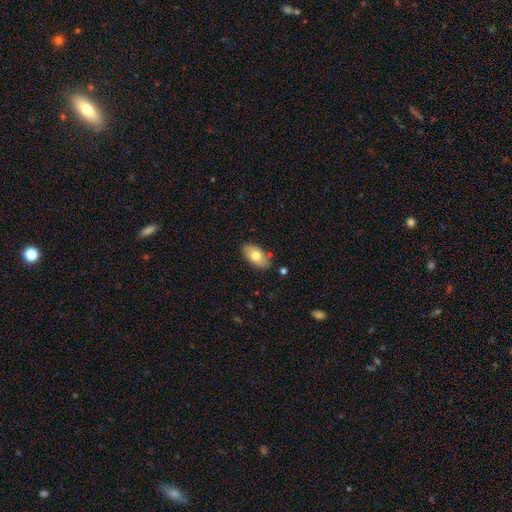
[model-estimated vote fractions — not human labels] A smooth galaxy with no disk features (72%) that is in between round and cigar-shaped (93%). Merging: none (83%).